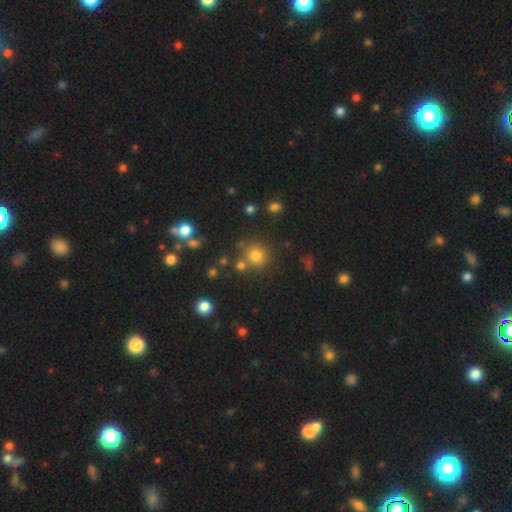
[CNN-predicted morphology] Smooth or featured?
  - smooth: 76% *
  - star or artifact: 17%
  - featured or disk: 7%
How rounded?
  - round: 92% *
  - in between: 7%
  - cigar-shaped: 1%
Merging?
  - none: 76% *
  - merger: 11%
  - minor disturbance: 9%
  - major disturbance: 4%